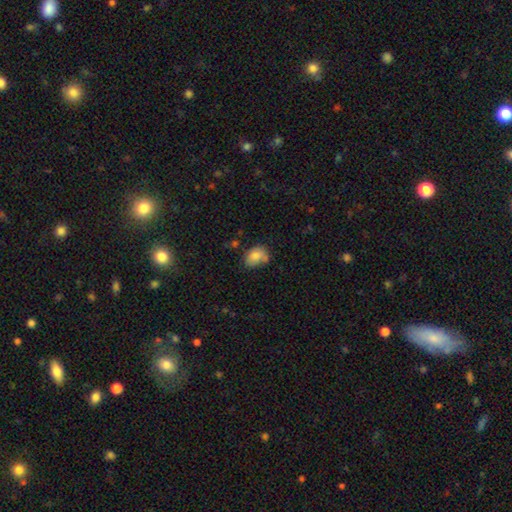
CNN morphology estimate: type=smooth (79%); roundness=in between (72%); merging=none (50%).